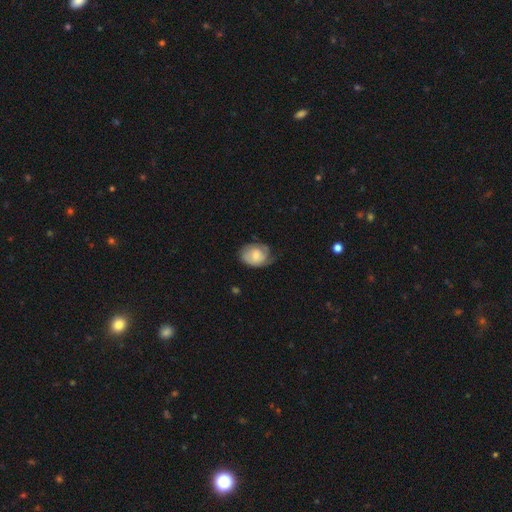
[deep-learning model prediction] smooth 49%, featured or disk 45%, star or artifact 7%. Down the decision tree: merging — none (52%).